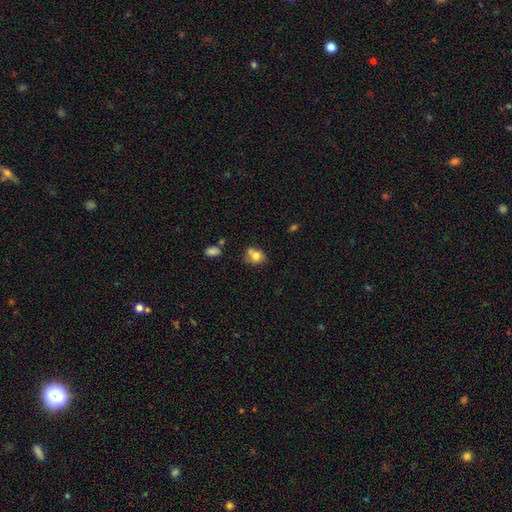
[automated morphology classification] type=smooth (76%); roundness=round (57%); merging=none (48%).